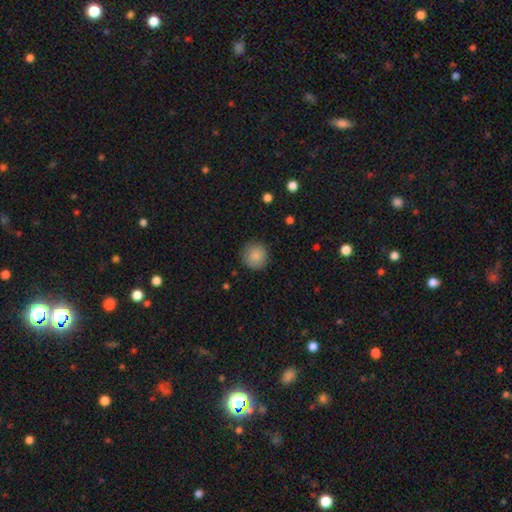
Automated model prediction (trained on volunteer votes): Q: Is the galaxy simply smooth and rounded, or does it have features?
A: smooth — 86%.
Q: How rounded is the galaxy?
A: round — 94%.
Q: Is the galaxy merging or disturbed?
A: none — 87%.